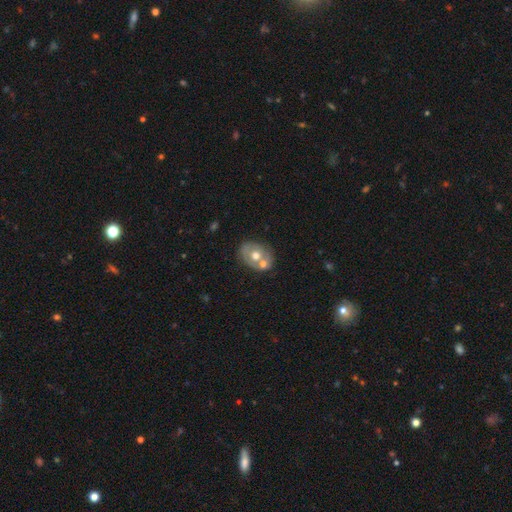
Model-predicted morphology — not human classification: Smooth or featured: smooth — 53% (featured or disk — 40%)
How rounded: in between — 61% (round — 38%)
Merging: none — 53% (merger — 30%)